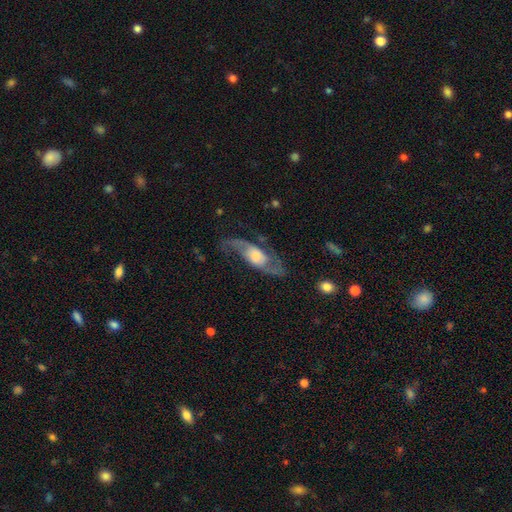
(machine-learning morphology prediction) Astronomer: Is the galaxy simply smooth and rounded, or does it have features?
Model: featured or disk — 81%.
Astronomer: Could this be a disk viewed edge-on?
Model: no — 88%.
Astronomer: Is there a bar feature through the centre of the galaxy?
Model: no — 61%.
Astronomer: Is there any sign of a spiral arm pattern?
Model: yes — 92%.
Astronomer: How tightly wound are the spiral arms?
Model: loose — 45% (runner-up: medium, 42%).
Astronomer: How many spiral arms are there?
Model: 2 — 88%.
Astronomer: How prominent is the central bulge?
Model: moderate — 45% (runner-up: large, 24%).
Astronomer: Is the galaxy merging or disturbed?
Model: none — 67%.